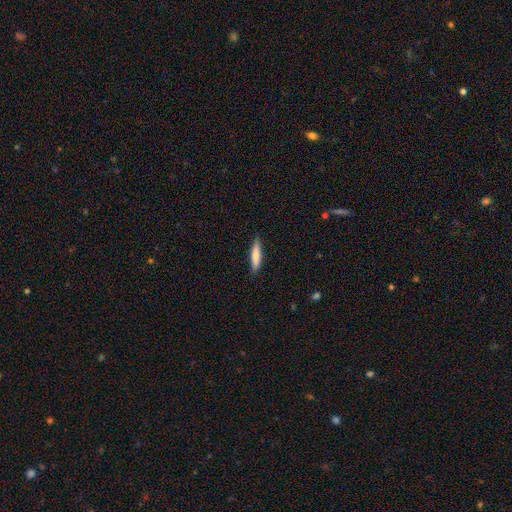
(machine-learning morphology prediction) A smooth galaxy with no disk features (79%) that is cigar-shaped (82%). Merging: none (88%).